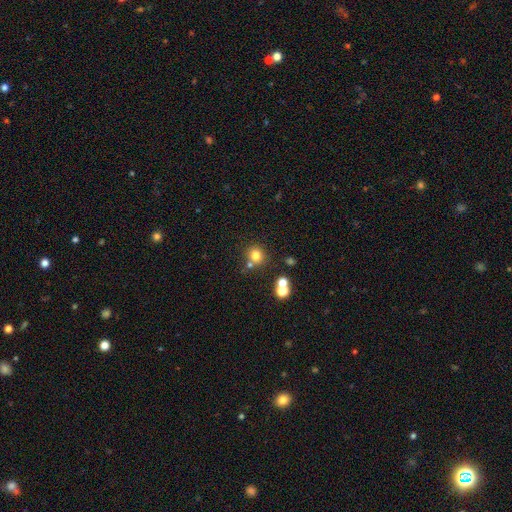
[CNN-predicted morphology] This appears to be a smooth galaxy with no disk features (76%) that is round (88%). Merging: none (71%).